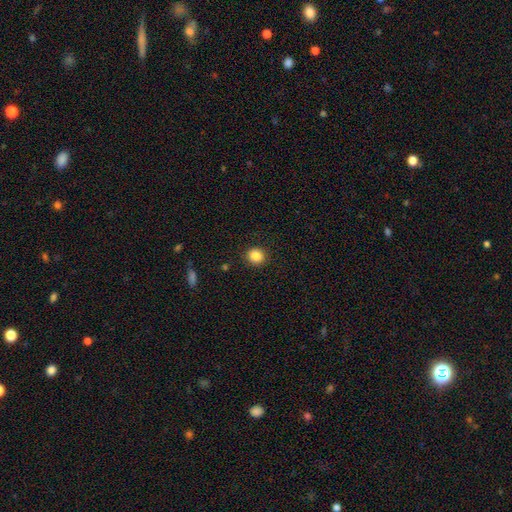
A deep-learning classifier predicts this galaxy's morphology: smooth-or-featured: smooth: 87% | star or artifact: 10% | featured or disk: 3%
  how-rounded: round: 82% | in between: 17% | cigar-shaped: 1%
  merging: none: 89% | minor disturbance: 7% | major disturbance: 3% | merger: 1%